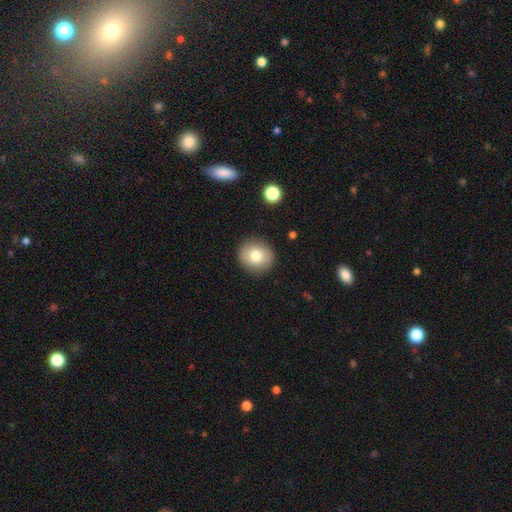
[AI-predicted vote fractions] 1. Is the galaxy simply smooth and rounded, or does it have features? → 78% smooth, 12% featured or disk, 9% star or artifact.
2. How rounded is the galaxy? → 88% round, 11% in between, 1% cigar-shaped.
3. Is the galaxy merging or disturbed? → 90% none, 7% minor disturbance, 2% major disturbance, 1% merger.